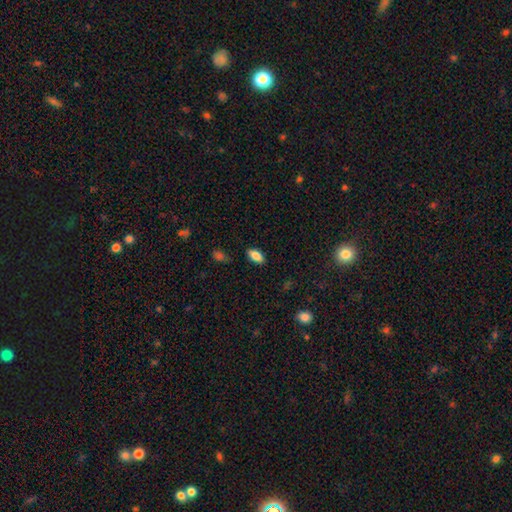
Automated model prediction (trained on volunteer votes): The model was most divided on "merging": none: 85%, minor disturbance: 11%, major disturbance: 2%, merger: 1%. More confident: how rounded — in between (91%); smooth or featured — smooth (84%).